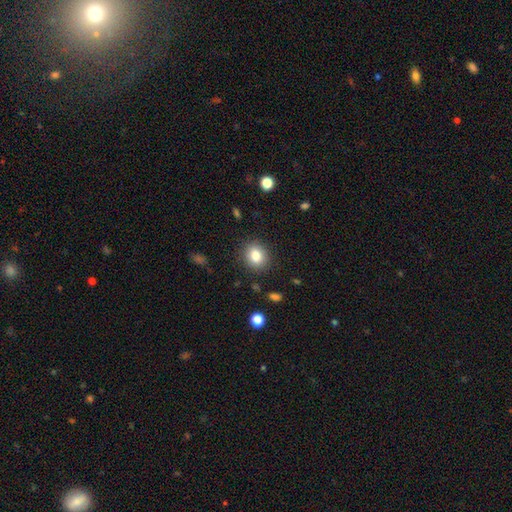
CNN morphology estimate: Q: Smooth or featured?
A: smooth (83%); runner-up: star or artifact (10%)
Q: How rounded?
A: round (62%); runner-up: in between (37%)
Q: Merging?
A: none (87%); runner-up: minor disturbance (8%)